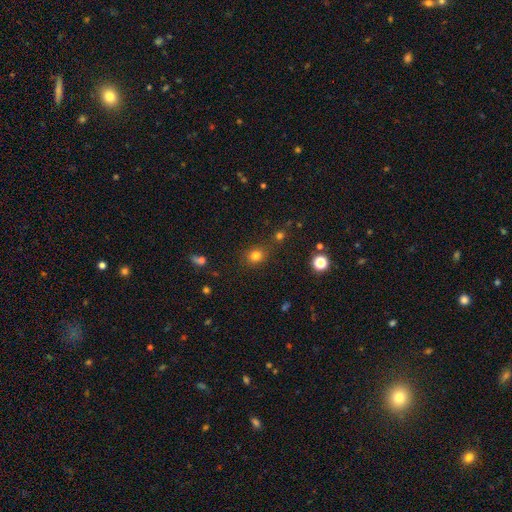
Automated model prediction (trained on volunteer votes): A smooth galaxy with no disk features (78%) that is round (77%). Merging: none (80%).